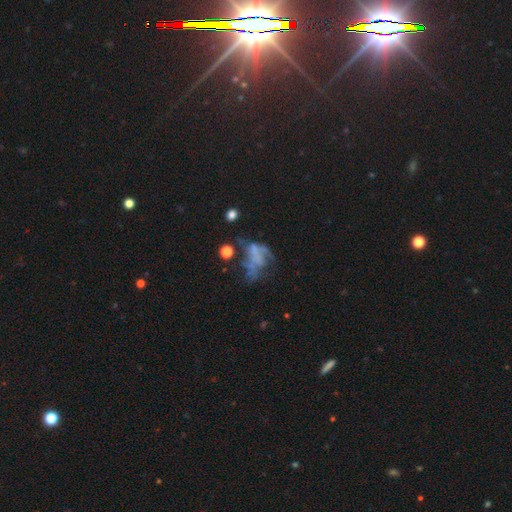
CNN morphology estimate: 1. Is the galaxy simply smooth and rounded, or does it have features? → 52% featured or disk, 29% smooth, 19% star or artifact.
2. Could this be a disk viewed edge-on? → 97% no, 3% yes.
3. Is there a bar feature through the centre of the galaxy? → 86% no, 10% weak, 4% strong.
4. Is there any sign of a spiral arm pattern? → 77% no, 23% yes.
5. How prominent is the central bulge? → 80% none, 8% small, 6% moderate, 4% large, 2% dominant.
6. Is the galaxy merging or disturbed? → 46% major disturbance, 26% none, 16% minor disturbance, 12% merger.